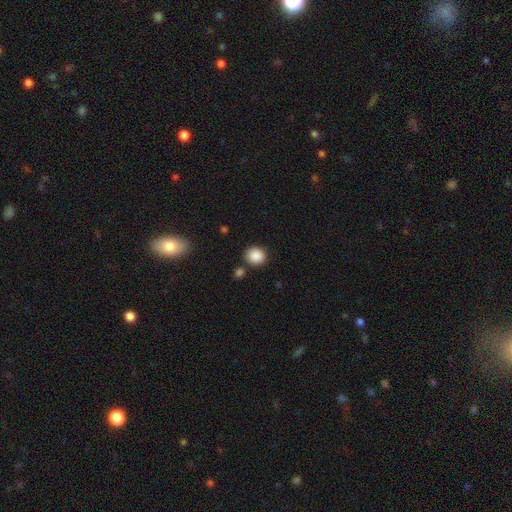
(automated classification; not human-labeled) A smooth galaxy with no disk features (88%) that is round (77%).

Vote fractions:
- Smooth or featured? smooth: 88% / star or artifact: 9% / featured or disk: 4%
- How rounded? round: 77% / in between: 22% / cigar-shaped: 1%
- Merging? none: 81% / minor disturbance: 10% / merger: 6% / major disturbance: 3%